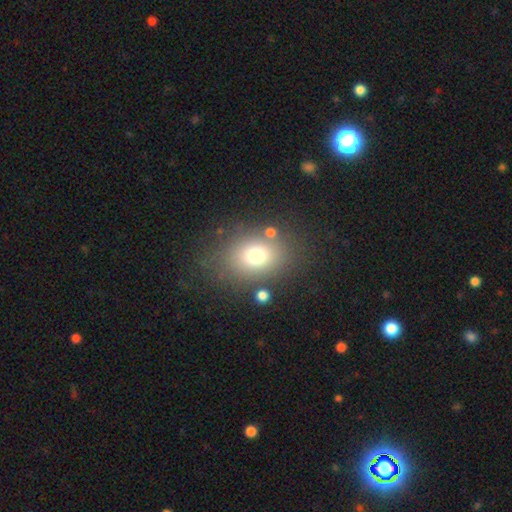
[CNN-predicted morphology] type=smooth (72%); roundness=in between (56%); merging=none (74%).